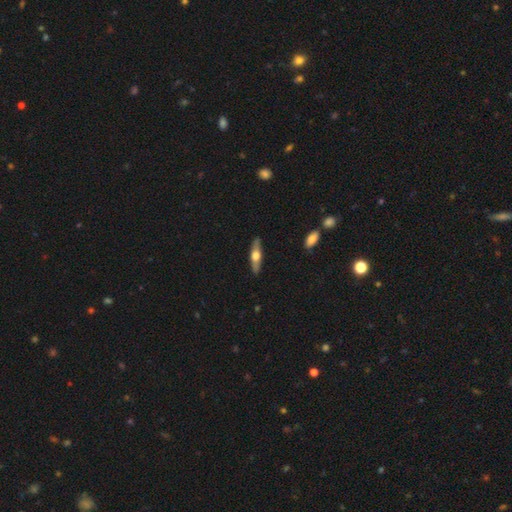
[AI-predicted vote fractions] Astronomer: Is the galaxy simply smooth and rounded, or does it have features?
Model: featured or disk — 55% (runner-up: smooth, 40%).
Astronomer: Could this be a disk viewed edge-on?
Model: yes — 90%.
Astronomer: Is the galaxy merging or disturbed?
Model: none — 88%.